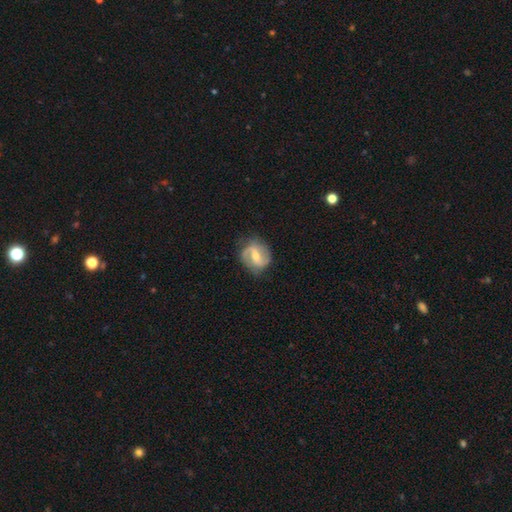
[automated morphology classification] featured or disk 77%, smooth 17%, star or artifact 6%. Down the decision tree: edge-on disk — no (97%); bar — weak (46%); spiral arms — yes (90%); spiral arm count — 2 (86%); spiral winding — medium (44%); bulge size — moderate (56%); merging — none (80%).